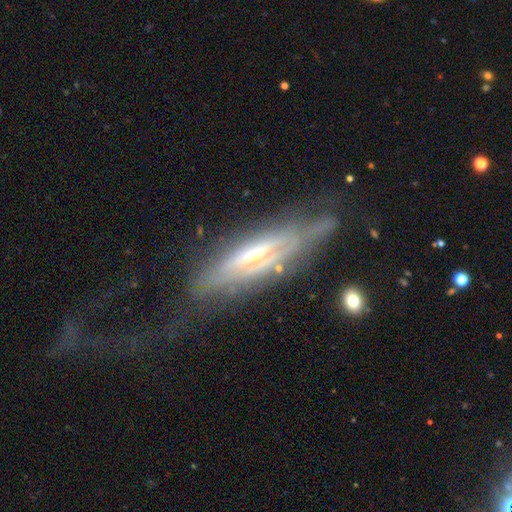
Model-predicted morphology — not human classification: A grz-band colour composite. It shows a featured or disk galaxy (77%) viewed edge-on (82%) with a rounded central bulge (65%). Merging: none (55%).